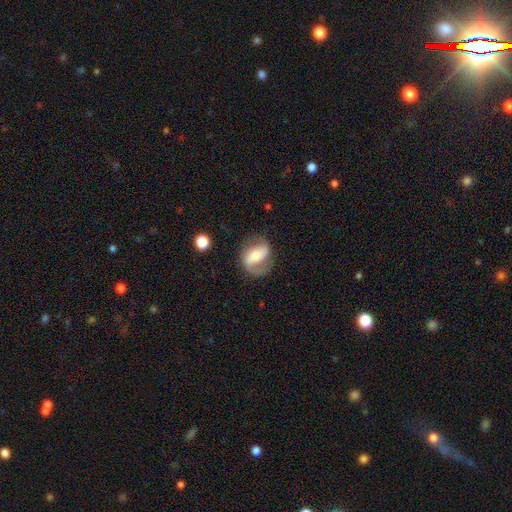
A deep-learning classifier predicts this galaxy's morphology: Q: Smooth or featured?
A: featured or disk (67%); runner-up: smooth (26%)
Q: Edge-on disk?
A: no (96%); runner-up: yes (4%)
Q: Bar?
A: strong (41%); runner-up: weak (32%)
Q: Spiral arms?
A: yes (83%); runner-up: no (17%)
Q: Spiral winding?
A: medium (43%); runner-up: loose (35%)
Q: Spiral arm count?
A: 2 (78%); runner-up: 1 (13%)
Q: Bulge size?
A: moderate (54%); runner-up: small (31%)
Q: Merging?
A: none (66%); runner-up: minor disturbance (19%)